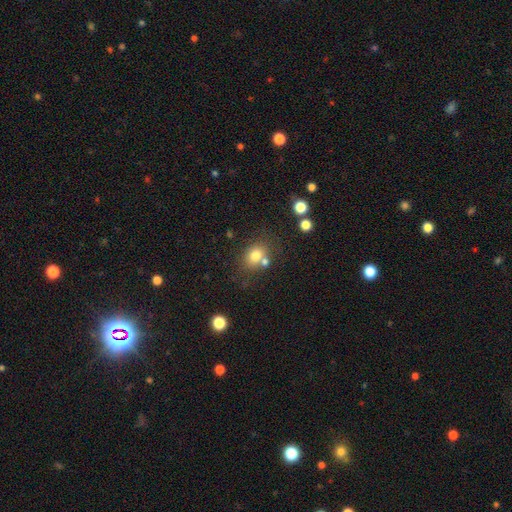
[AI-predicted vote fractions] Q: Smooth or featured?
A: smooth (76%); runner-up: star or artifact (12%)
Q: How rounded?
A: round (50%); runner-up: in between (49%)
Q: Merging?
A: none (61%); runner-up: merger (21%)